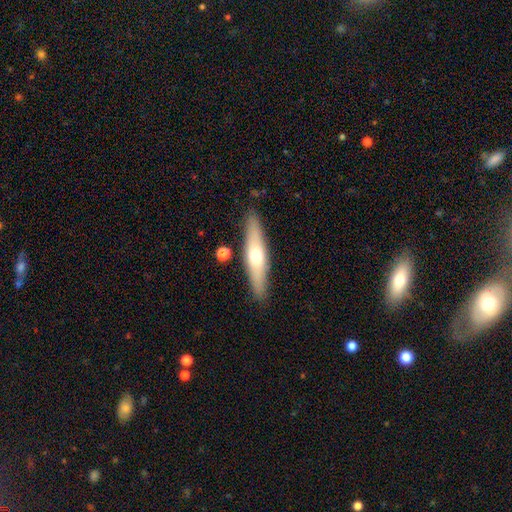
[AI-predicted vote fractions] Smooth or featured: smooth — 48% (featured or disk — 47%)
Merging: none — 87% (minor disturbance — 9%)